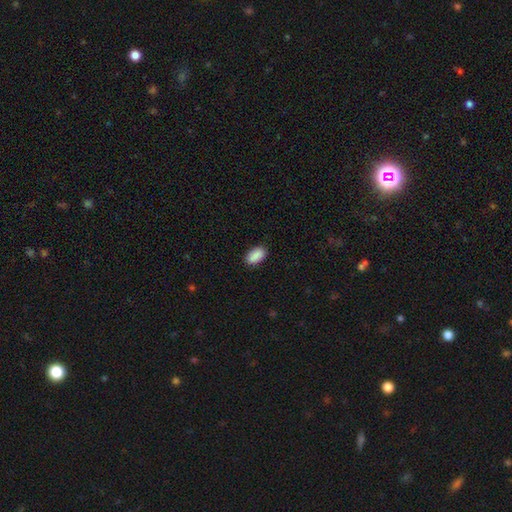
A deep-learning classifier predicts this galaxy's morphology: A smooth galaxy with no disk features (90%) that is in between round and cigar-shaped (94%).

Vote fractions:
- Smooth or featured? smooth: 90% / star or artifact: 7% / featured or disk: 3%
- How rounded? in between: 94% / round: 4% / cigar-shaped: 2%
- Merging? none: 88% / minor disturbance: 9% / major disturbance: 2% / merger: 1%